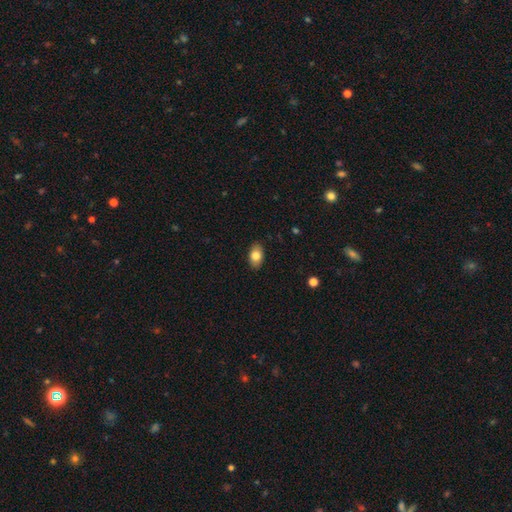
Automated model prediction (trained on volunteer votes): smooth-or-featured: smooth: 81% | featured or disk: 11% | star or artifact: 8%
  how-rounded: in between: 89% | round: 9% | cigar-shaped: 2%
  merging: none: 88% | minor disturbance: 9% | major disturbance: 2% | merger: 1%